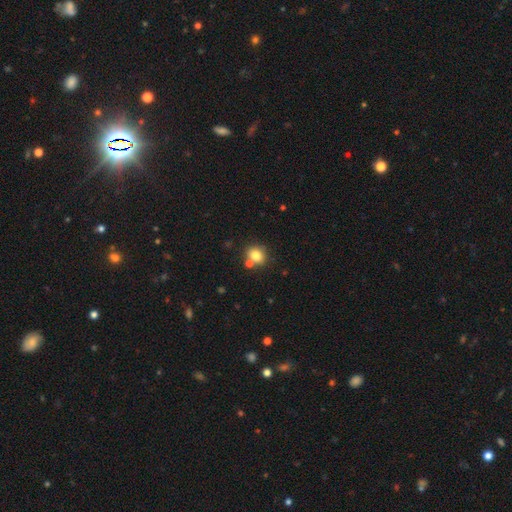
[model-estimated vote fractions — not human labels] A smooth galaxy with no disk features (81%) that is round (66%).

Vote fractions:
- Smooth or featured? smooth: 81% / star or artifact: 11% / featured or disk: 8%
- How rounded? round: 66% / in between: 33% / cigar-shaped: 1%
- Merging? none: 66% / merger: 19% / minor disturbance: 12% / major disturbance: 3%